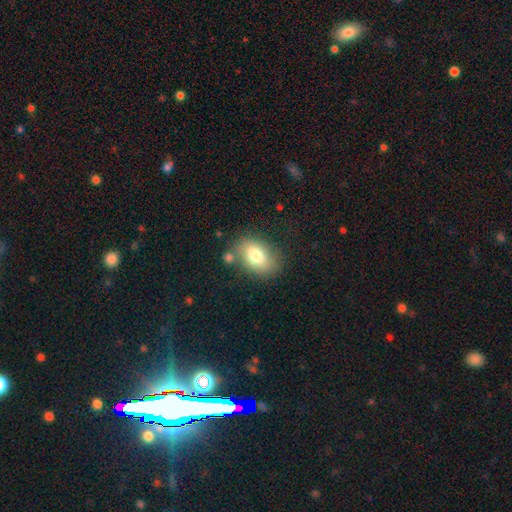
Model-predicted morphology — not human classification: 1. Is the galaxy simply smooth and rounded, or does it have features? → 78% smooth, 14% featured or disk, 8% star or artifact.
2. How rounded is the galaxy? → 85% in between, 13% round, 1% cigar-shaped.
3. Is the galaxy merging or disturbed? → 72% none, 15% minor disturbance, 8% merger, 5% major disturbance.